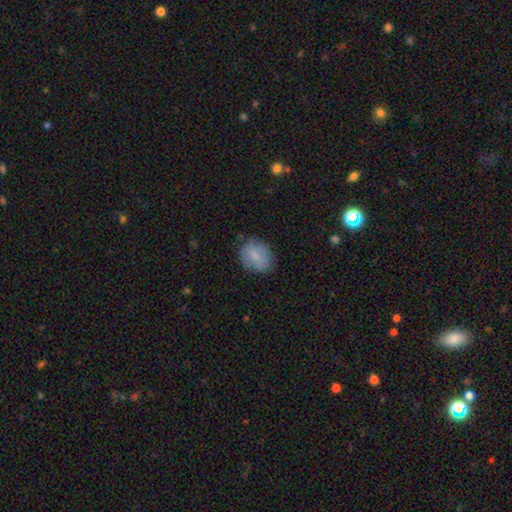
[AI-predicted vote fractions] smooth 79%, featured or disk 14%, star or artifact 7%. Down the decision tree: how rounded — round (56%); merging — none (76%).